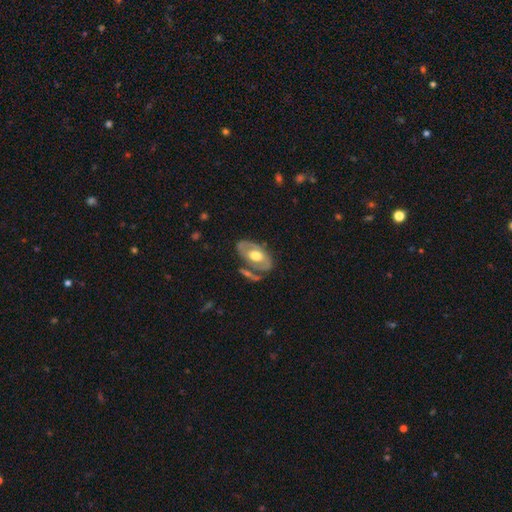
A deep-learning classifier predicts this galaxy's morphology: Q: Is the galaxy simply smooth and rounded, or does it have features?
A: featured or disk — 58%.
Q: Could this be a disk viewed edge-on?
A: no — 89%.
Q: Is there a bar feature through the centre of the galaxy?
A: no — 72%.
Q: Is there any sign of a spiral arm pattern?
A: no — 64%.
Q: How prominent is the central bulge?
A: moderate — 60%.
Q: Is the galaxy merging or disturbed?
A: none — 64%.